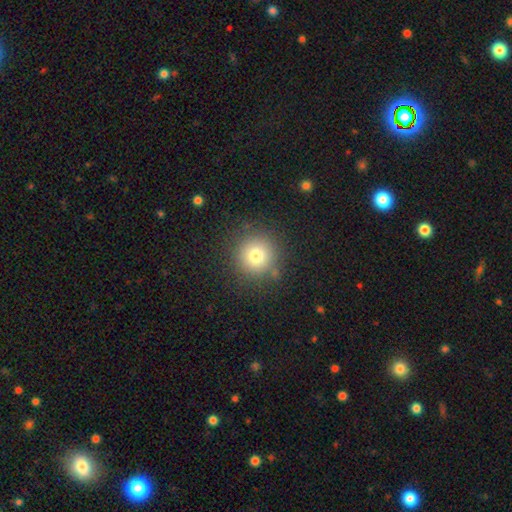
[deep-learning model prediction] This appears to be a smooth galaxy with no disk features (76%) that is round (95%). Merging: none (86%).